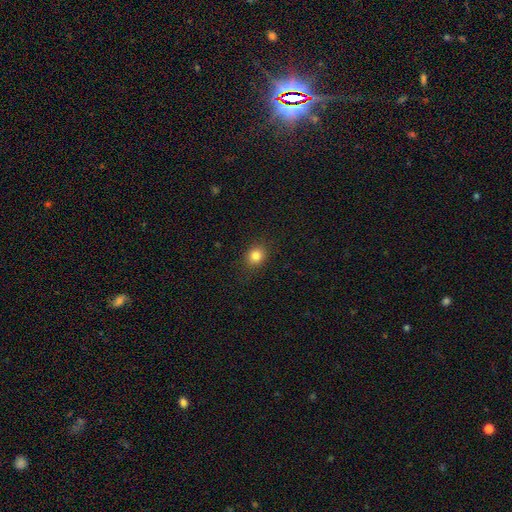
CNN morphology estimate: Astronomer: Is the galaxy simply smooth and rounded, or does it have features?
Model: smooth — 83%.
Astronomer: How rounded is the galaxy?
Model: round — 71%.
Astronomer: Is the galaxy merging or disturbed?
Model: none — 87%.